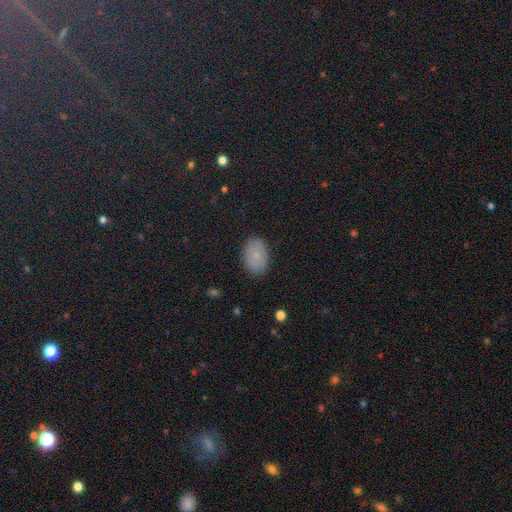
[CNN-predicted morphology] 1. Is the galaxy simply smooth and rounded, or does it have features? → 76% smooth, 13% featured or disk, 10% star or artifact.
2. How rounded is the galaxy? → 82% in between, 17% round, 1% cigar-shaped.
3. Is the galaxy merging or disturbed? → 86% none, 11% minor disturbance, 3% major disturbance, 1% merger.